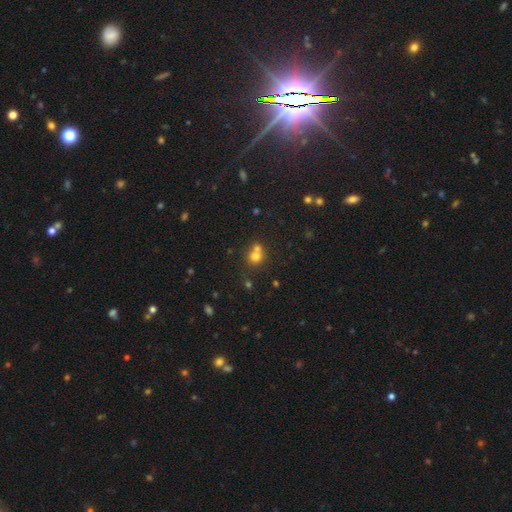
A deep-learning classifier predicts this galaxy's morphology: This appears to be a smooth galaxy with no disk features (72%) that is round (81%). Merging: merger (50%).